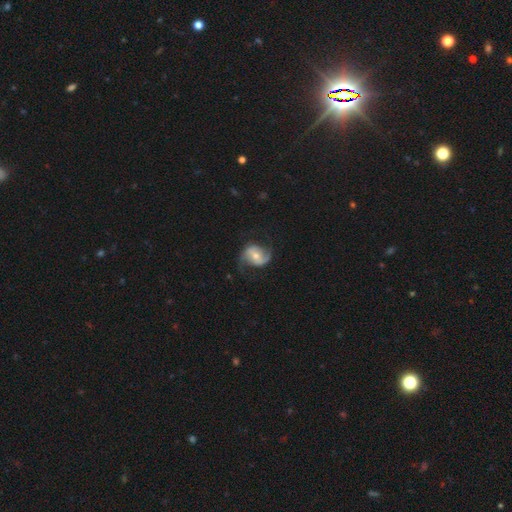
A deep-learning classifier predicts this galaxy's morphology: This is likely a featured or disk galaxy (78%). It is clearly not viewed edge-on (97%). Bar: marginally no (41%). Spiral arm pattern: clearly yes (93%). Spiral arm count: clearly 2 (89%). Spiral winding: possibly loose (48%). Central bulge: possibly moderate (57%). Merging: likely none (68%).